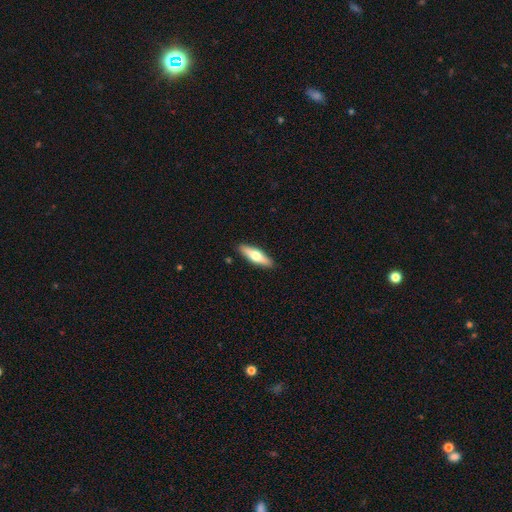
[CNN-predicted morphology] Overall: smooth (52%; featured or disk 43%). How rounded: cigar-shaped (61%; in between 37%). Merging: none (90%).